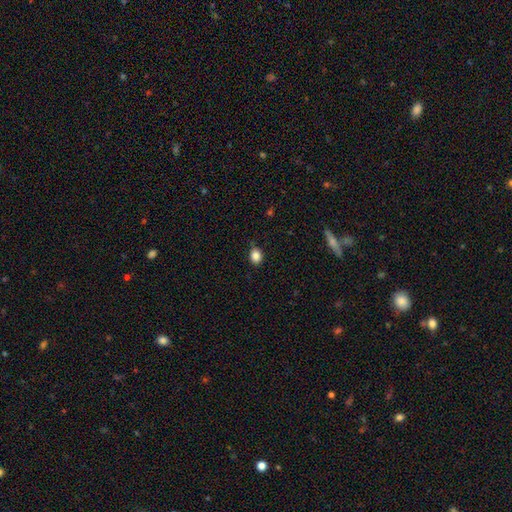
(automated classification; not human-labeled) smooth-or-featured: smooth: 86% | star or artifact: 10% | featured or disk: 4%
  how-rounded: round: 52% | in between: 47% | cigar-shaped: 1%
  merging: none: 79% | minor disturbance: 17% | major disturbance: 3% | merger: 1%